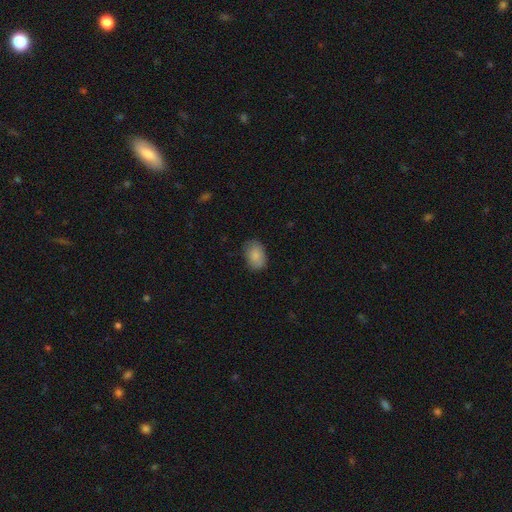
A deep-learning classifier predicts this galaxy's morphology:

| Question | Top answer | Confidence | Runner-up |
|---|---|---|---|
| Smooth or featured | smooth | 86% | featured or disk (7%) |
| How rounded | in between | 84% | round (15%) |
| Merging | none | 80% | minor disturbance (16%) |